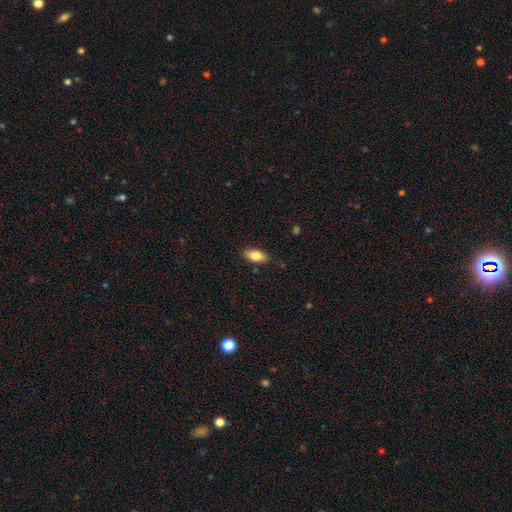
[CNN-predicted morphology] A smooth galaxy with no disk features (82%) that is in between round and cigar-shaped (90%).

Vote fractions:
- Smooth or featured? smooth: 82% / featured or disk: 11% / star or artifact: 7%
- How rounded? in between: 90% / cigar-shaped: 7% / round: 3%
- Merging? none: 86% / minor disturbance: 11% / major disturbance: 2% / merger: 1%